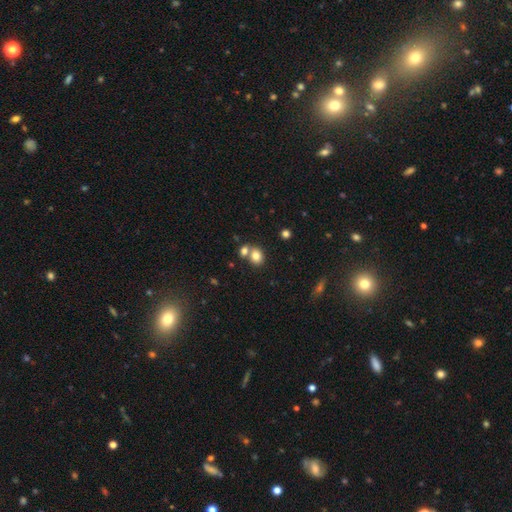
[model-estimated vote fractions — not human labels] Morphology: type=smooth (81%); roundness=round (56%); merging=none (51%).